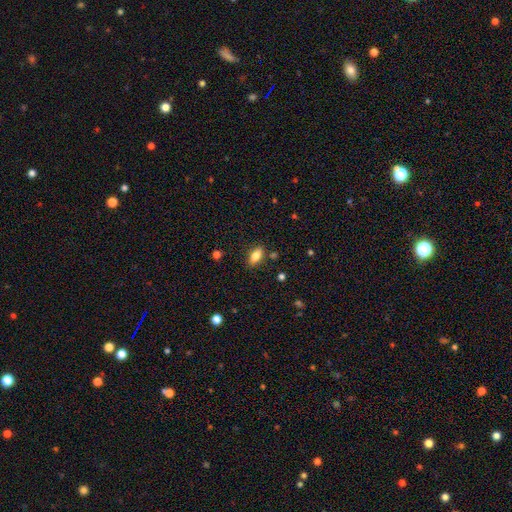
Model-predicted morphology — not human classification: Smooth or featured? Predicted: smooth (p=0.79). How rounded? Predicted: in between (p=0.86). Merging? Predicted: none (p=0.84).